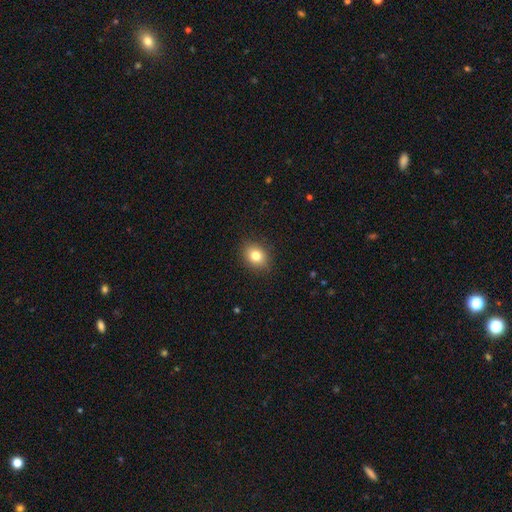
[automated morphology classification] A smooth galaxy with no disk features (81%) that is in between round and cigar-shaped (51%).

Vote fractions:
- Smooth or featured? smooth: 81% / star or artifact: 10% / featured or disk: 9%
- How rounded? in between: 51% / round: 48% / cigar-shaped: 1%
- Merging? none: 89% / minor disturbance: 8% / major disturbance: 2% / merger: 1%